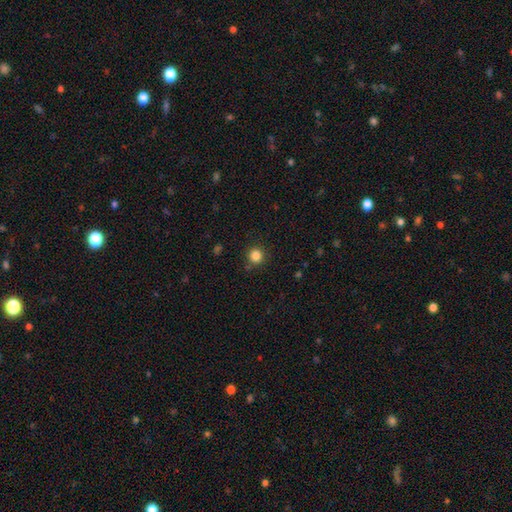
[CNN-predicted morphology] Q: Smooth or featured?
A: smooth (84%); runner-up: star or artifact (12%)
Q: How rounded?
A: round (93%); runner-up: in between (6%)
Q: Merging?
A: none (86%); runner-up: minor disturbance (8%)